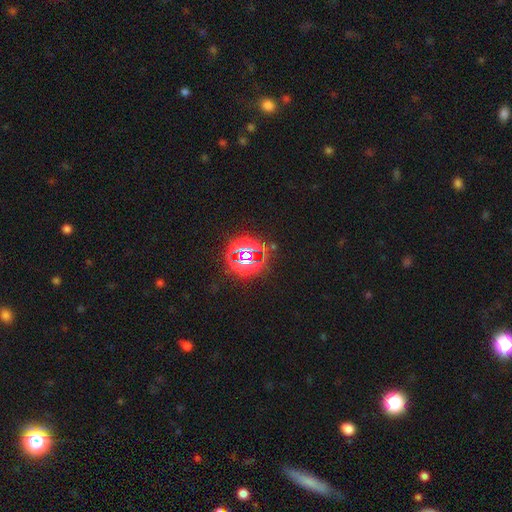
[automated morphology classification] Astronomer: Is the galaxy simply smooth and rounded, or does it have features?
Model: star or artifact — 79%.